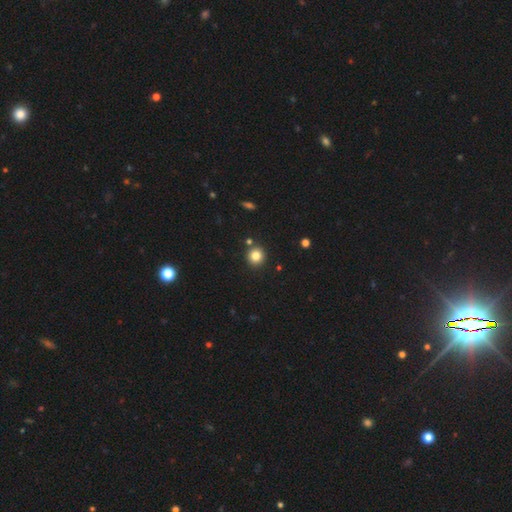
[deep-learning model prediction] Smooth or featured? Predicted: smooth (p=0.82). How rounded? Predicted: round (p=0.92). Merging? Predicted: none (p=0.86).